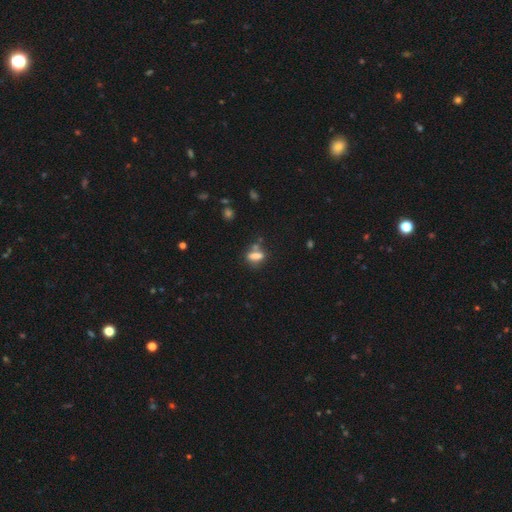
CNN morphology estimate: smooth 69%, featured or disk 18%, star or artifact 13%. Down the decision tree: how rounded — in between (51%); merging — none (60%).